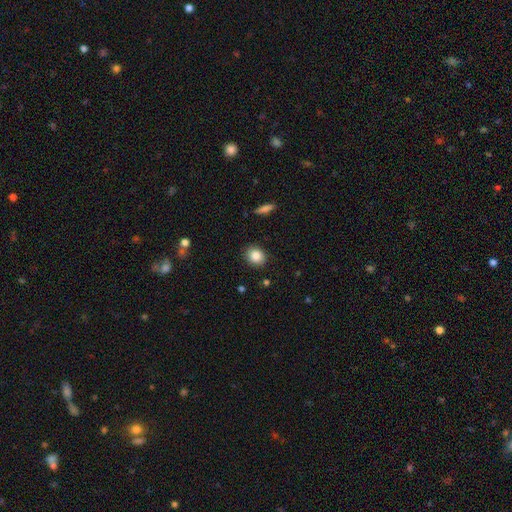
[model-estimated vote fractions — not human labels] This appears to be a smooth galaxy with no disk features (86%) that is round (66%). Merging: none (88%).